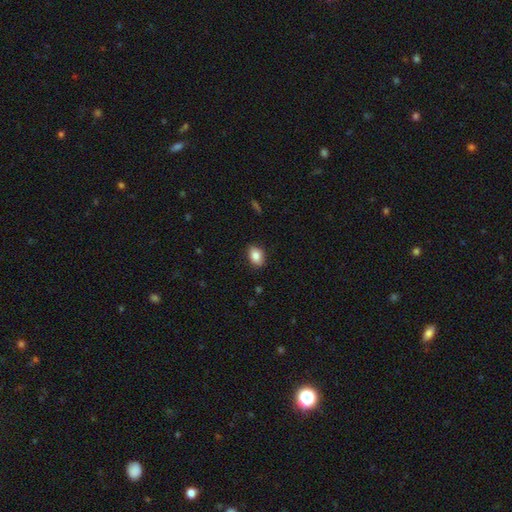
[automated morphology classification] This appears to be a smooth galaxy with no disk features (85%) that is in between round and cigar-shaped (79%). Merging: none (86%).